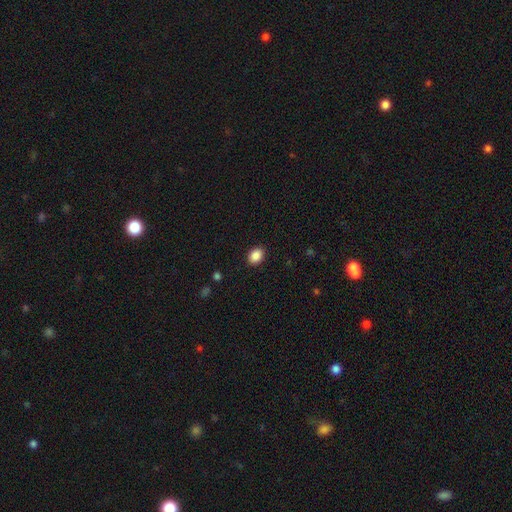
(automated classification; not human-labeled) Smooth or featured? smooth (89%)
How rounded? in between (65%)
Merging? none (90%)